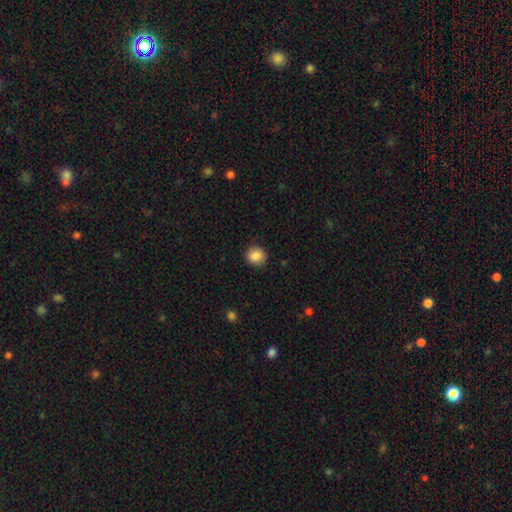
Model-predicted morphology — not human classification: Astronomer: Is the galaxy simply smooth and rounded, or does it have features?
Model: smooth — 87%.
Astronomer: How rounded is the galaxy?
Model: round — 82%.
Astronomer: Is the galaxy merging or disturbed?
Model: none — 88%.